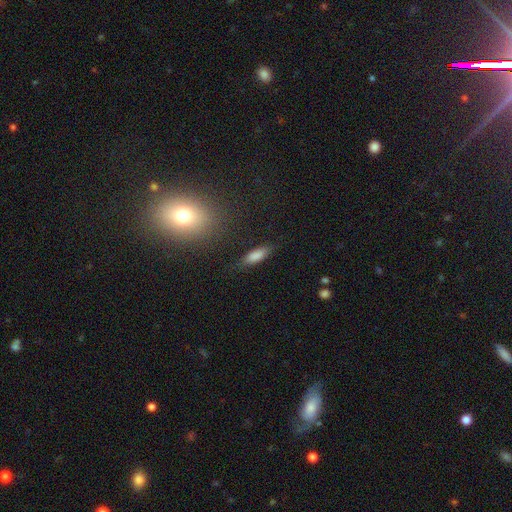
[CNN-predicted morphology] smooth_or_featured: smooth (p=0.82) [alt: featured or disk p=0.10]
how_rounded: in between (p=0.58) [alt: cigar-shaped p=0.39]
merging: none (p=0.79) [alt: minor disturbance p=0.15]